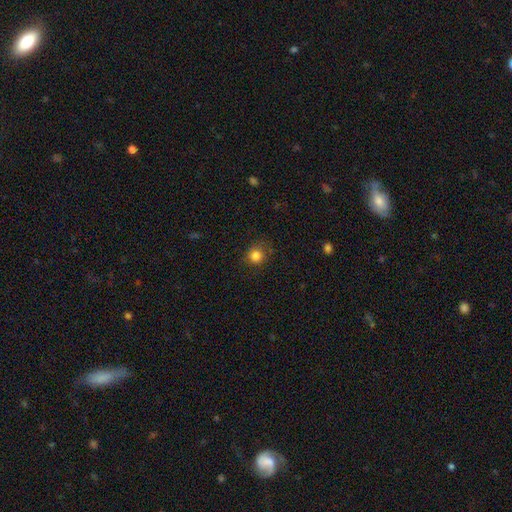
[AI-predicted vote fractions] This appears to be a smooth galaxy with no disk features (83%) that is round (88%). Merging: none (80%).